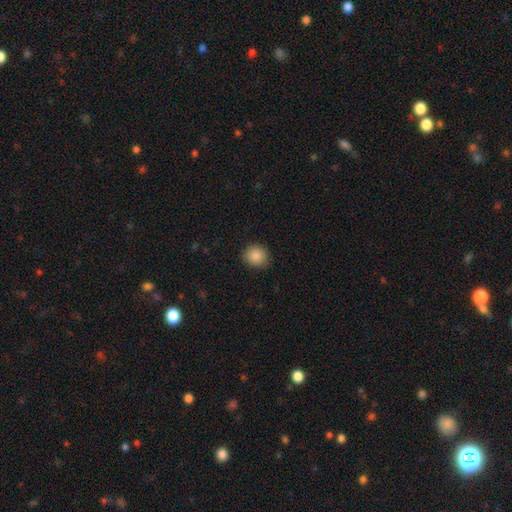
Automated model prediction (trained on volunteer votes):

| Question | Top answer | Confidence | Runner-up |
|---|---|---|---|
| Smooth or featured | smooth | 87% | star or artifact (9%) |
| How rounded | round | 80% | in between (19%) |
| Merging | none | 89% | minor disturbance (8%) |